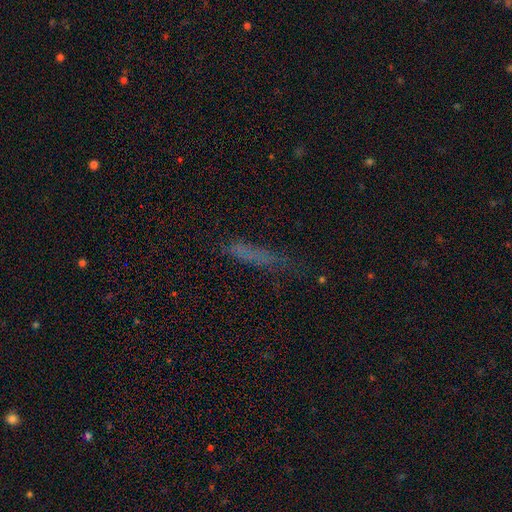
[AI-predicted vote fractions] Q: Smooth or featured?
A: smooth (61%); runner-up: featured or disk (20%)
Q: How rounded?
A: cigar-shaped (84%); runner-up: in between (13%)
Q: Merging?
A: none (61%); runner-up: minor disturbance (23%)